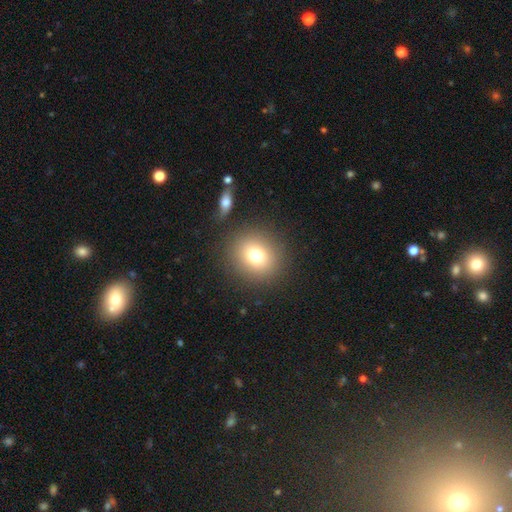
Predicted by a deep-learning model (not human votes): A smooth galaxy with no disk features (74%) that is round (81%). Merging: none (86%).